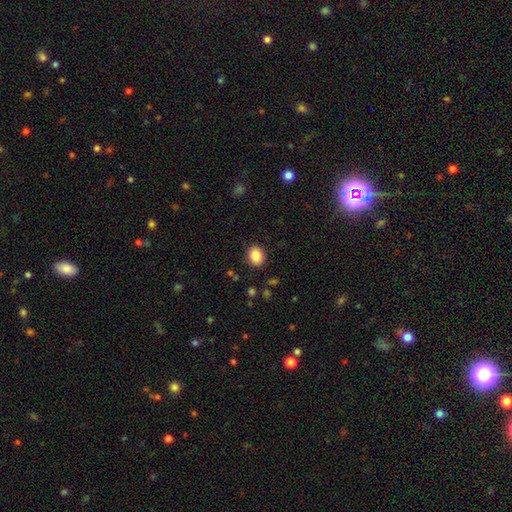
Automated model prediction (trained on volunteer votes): A smooth galaxy with no disk features (87%) that is in between round and cigar-shaped (51%).

Vote fractions:
- Smooth or featured? smooth: 87% / star or artifact: 9% / featured or disk: 4%
- How rounded? in between: 51% / round: 48% / cigar-shaped: 1%
- Merging? none: 88% / minor disturbance: 8% / major disturbance: 3% / merger: 1%